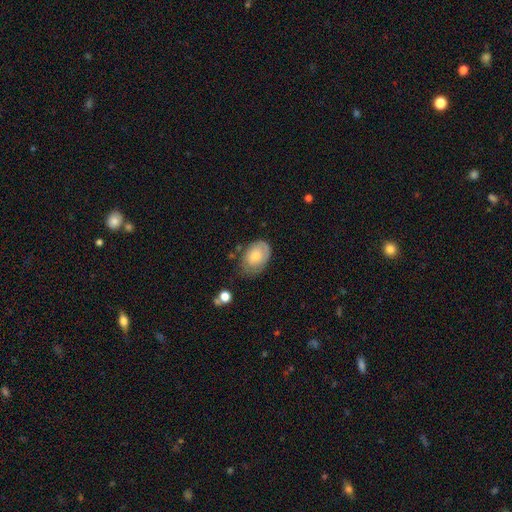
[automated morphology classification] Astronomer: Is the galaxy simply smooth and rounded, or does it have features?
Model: smooth — 64%.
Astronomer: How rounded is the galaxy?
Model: in between — 83%.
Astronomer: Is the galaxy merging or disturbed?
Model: none — 58%.